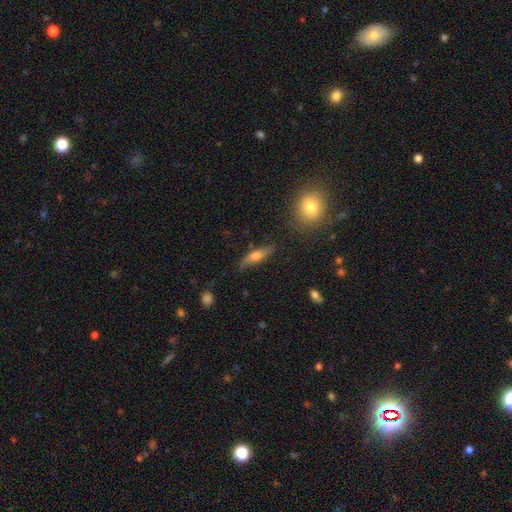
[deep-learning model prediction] Q: Smooth or featured?
A: smooth (58%); runner-up: featured or disk (35%)
Q: How rounded?
A: cigar-shaped (58%); runner-up: in between (39%)
Q: Merging?
A: none (79%); runner-up: minor disturbance (16%)